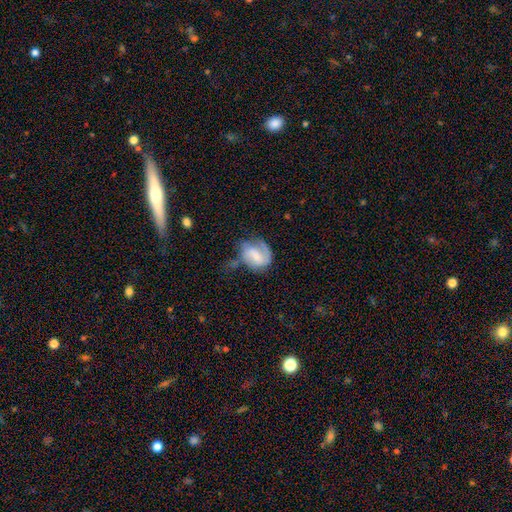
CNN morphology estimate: Smooth or featured?
  - featured or disk: 59% *
  - smooth: 34%
  - star or artifact: 7%
Edge-on disk?
  - no: 97% *
  - yes: 3%
Bar?
  - weak: 50% *
  - no: 26%
  - strong: 24%
Spiral arms?
  - yes: 80% *
  - no: 20%
Bulge size?
  - small: 42% *
  - moderate: 36%
  - none: 14%
  - large: 6%
  - dominant: 2%
Merging?
  - none: 39% *
  - minor disturbance: 28%
  - major disturbance: 26%
  - merger: 7%